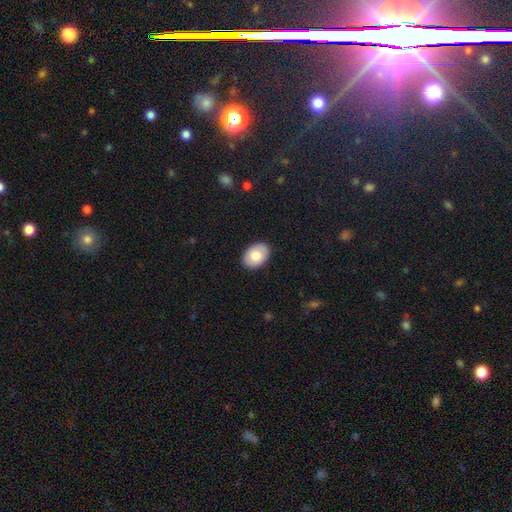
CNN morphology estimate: Smooth or featured? smooth (76%)
How rounded? in between (82%)
Merging? none (89%)